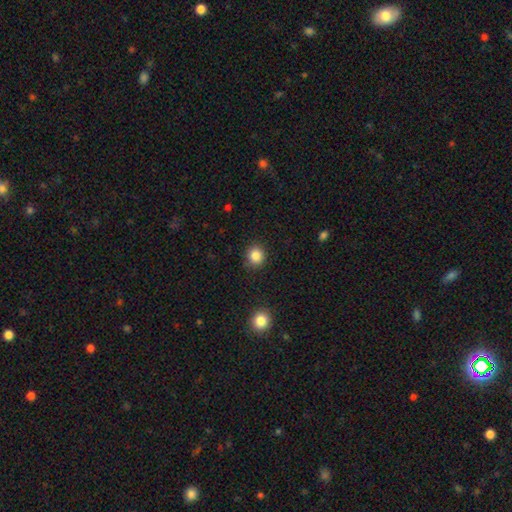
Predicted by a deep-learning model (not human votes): Morphology: type=smooth (86%); roundness=round (88%); merging=none (88%).